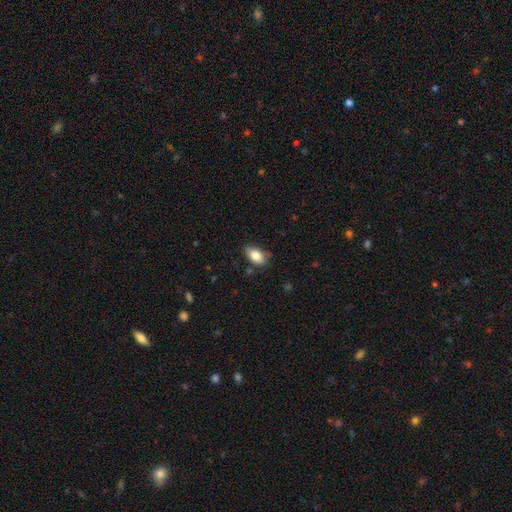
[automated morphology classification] This appears to be a smooth galaxy with no disk features (82%) that is in between round and cigar-shaped (89%). Merging: none (69%).